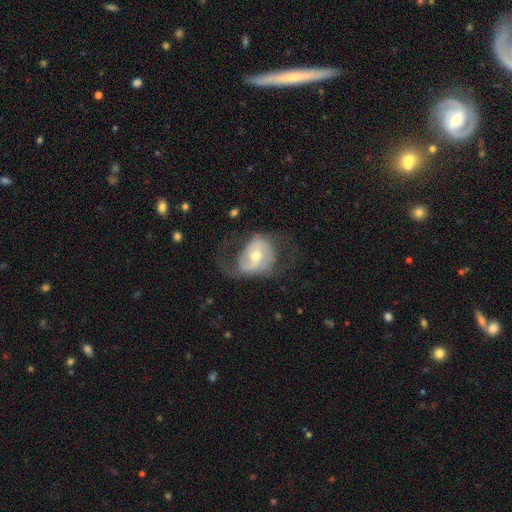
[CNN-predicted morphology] Q: Smooth or featured?
A: featured or disk (74%); runner-up: smooth (20%)
Q: Edge-on disk?
A: no (96%); runner-up: yes (4%)
Q: Bar?
A: no (48%); runner-up: weak (37%)
Q: Spiral arms?
A: yes (85%); runner-up: no (15%)
Q: Spiral winding?
A: medium (42%); runner-up: loose (34%)
Q: Spiral arm count?
A: 2 (68%); runner-up: can't tell (15%)
Q: Bulge size?
A: moderate (57%); runner-up: small (38%)
Q: Merging?
A: none (50%); runner-up: major disturbance (25%)